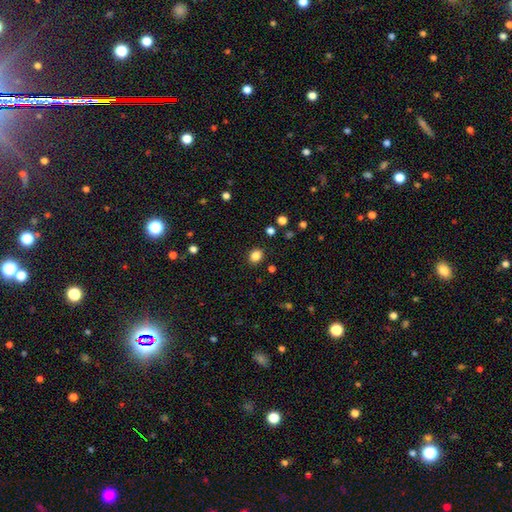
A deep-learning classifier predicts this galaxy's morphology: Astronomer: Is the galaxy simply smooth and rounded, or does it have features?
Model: smooth — 85%.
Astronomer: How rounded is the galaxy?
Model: round — 59% (runner-up: in between, 40%).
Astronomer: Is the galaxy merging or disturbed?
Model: none — 89%.